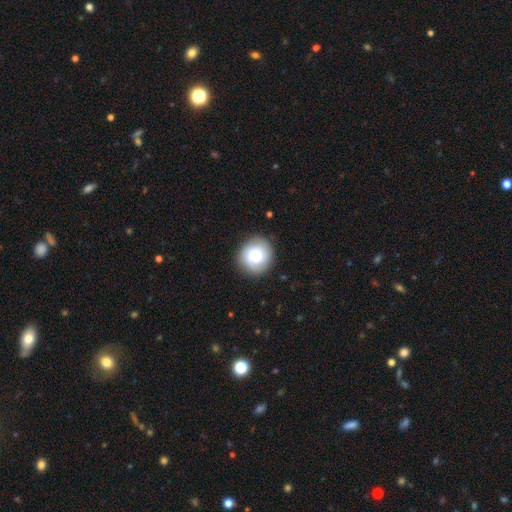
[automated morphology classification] This appears to be a smooth galaxy with no disk features (76%) that is round (88%). Merging: none (88%).